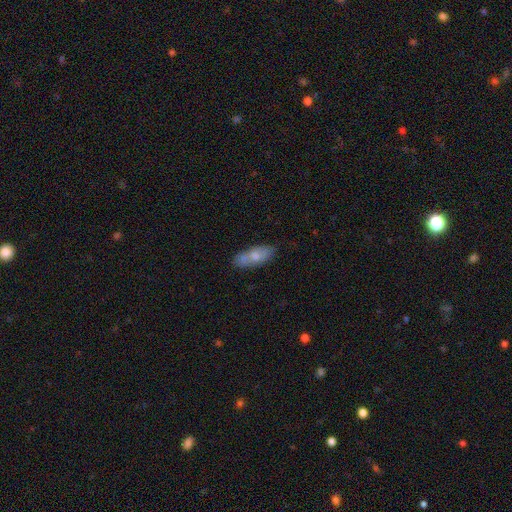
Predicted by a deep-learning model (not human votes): Q: Smooth or featured?
A: smooth (69%); runner-up: featured or disk (25%)
Q: How rounded?
A: in between (78%); runner-up: cigar-shaped (19%)
Q: Merging?
A: none (62%); runner-up: minor disturbance (19%)